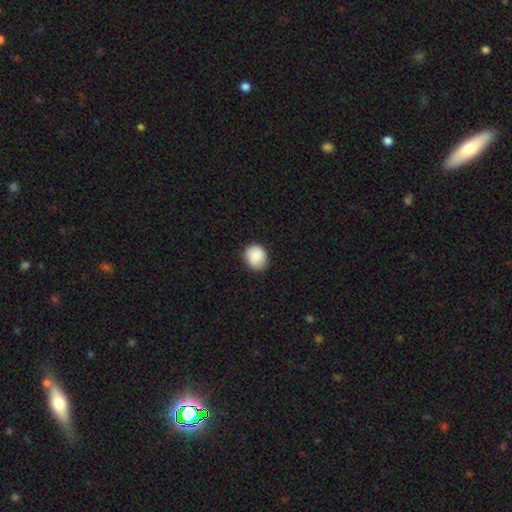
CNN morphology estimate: Overall: smooth (88%). How rounded: round (75%). Merging: none (81%).